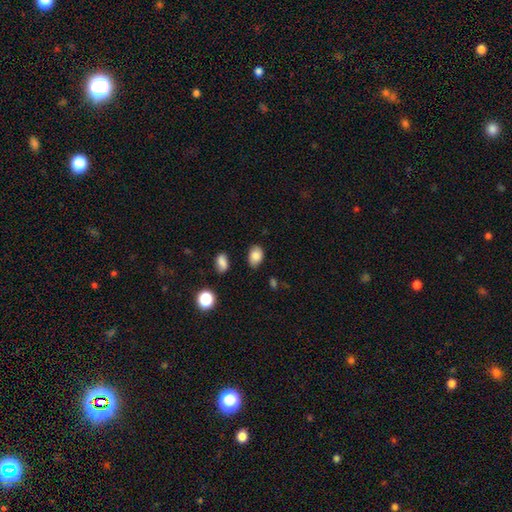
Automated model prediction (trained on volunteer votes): This appears to be a smooth galaxy with no disk features (85%) that is in between round and cigar-shaped (83%). Merging: none (77%).